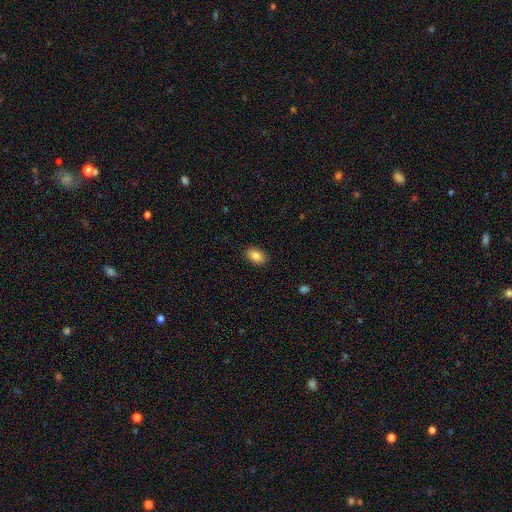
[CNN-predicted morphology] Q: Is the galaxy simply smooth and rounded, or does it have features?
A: smooth — 85%.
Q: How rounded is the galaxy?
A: in between — 87%.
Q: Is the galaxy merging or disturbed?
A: none — 89%.